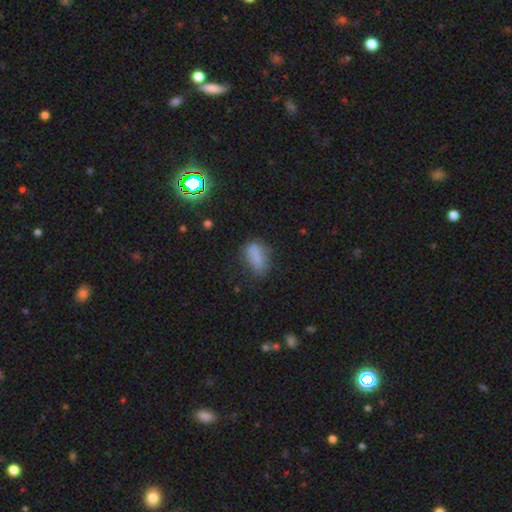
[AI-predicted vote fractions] smooth-or-featured: smooth: 78% | star or artifact: 12% | featured or disk: 10%
  how-rounded: in between: 83% | cigar-shaped: 11% | round: 7%
  merging: none: 59% | minor disturbance: 27% | major disturbance: 11% | merger: 3%